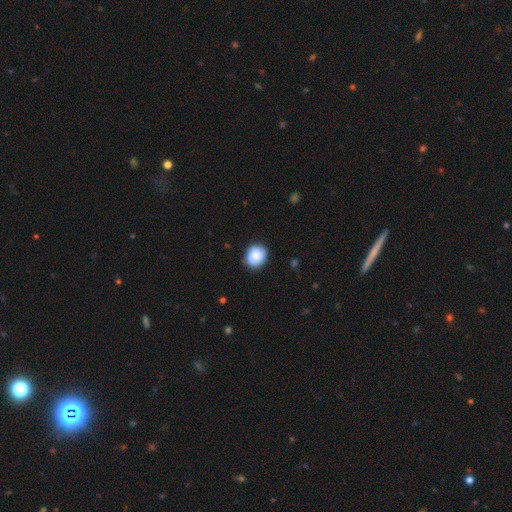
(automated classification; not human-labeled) smooth 83%, featured or disk 10%, star or artifact 7%. Down the decision tree: how rounded — round (74%); merging — none (84%).